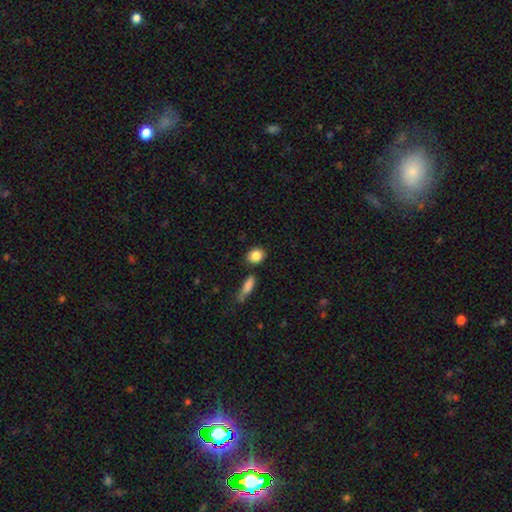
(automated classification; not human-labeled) This is clearly a smooth galaxy (86%). How rounded: likely round (62%). Merging: likely none (78%).